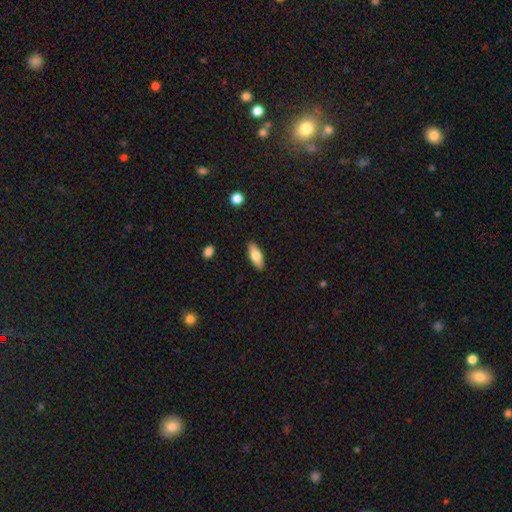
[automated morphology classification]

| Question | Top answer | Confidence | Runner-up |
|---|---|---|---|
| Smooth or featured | smooth | 73% | featured or disk (21%) |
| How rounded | in between | 74% | cigar-shaped (24%) |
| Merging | none | 89% | minor disturbance (8%) |